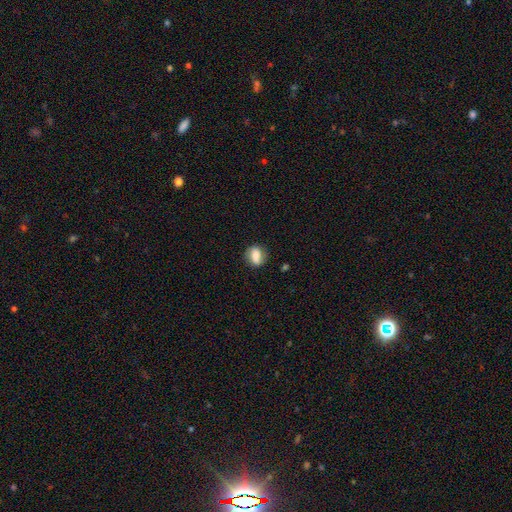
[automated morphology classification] Smooth or featured? Predicted: smooth (p=0.66). How rounded? Predicted: in between (p=0.58). Merging? Predicted: none (p=0.75).